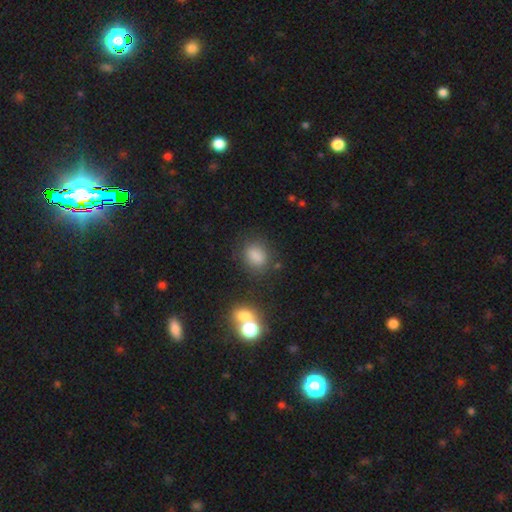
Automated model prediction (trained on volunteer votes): Overall: smooth (81%). How rounded: in between (58%; round 41%). Merging: none (77%).